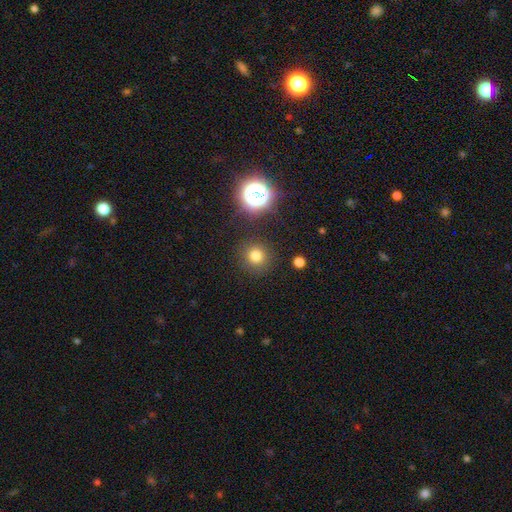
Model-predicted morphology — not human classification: This is likely a smooth galaxy (76%). How rounded: clearly round (92%). Merging: clearly none (88%).